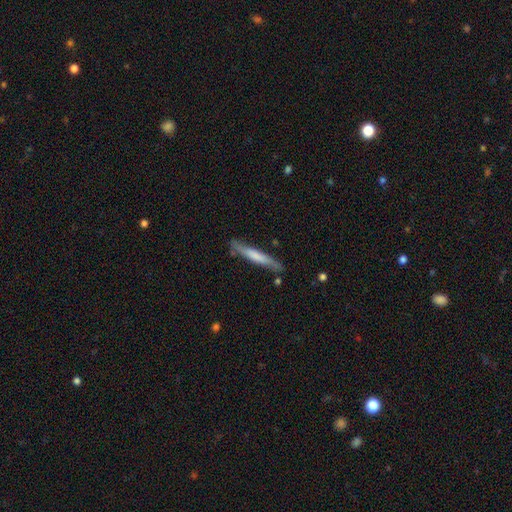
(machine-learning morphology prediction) Smooth or featured? smooth (57%)
How rounded? cigar-shaped (94%)
Merging? none (76%)